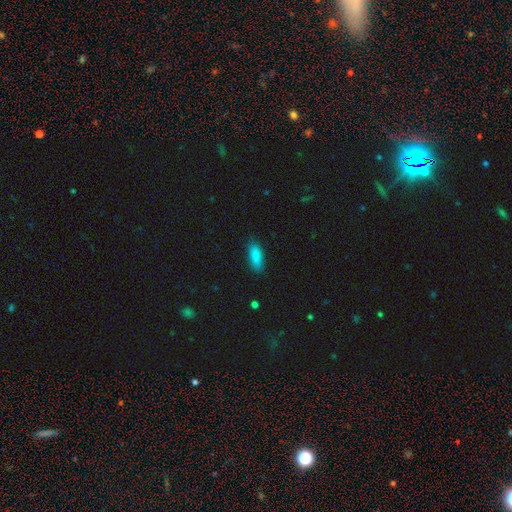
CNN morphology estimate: This appears to be a smooth galaxy with no disk features (88%) that is in between round and cigar-shaped (64%). Merging: none (84%).